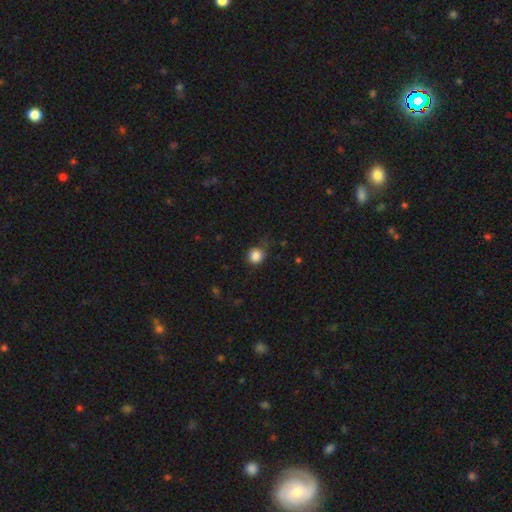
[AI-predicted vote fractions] smooth-or-featured: smooth: 85% | star or artifact: 10% | featured or disk: 4%
  how-rounded: round: 86% | in between: 13% | cigar-shaped: 1%
  merging: none: 66% | minor disturbance: 25% | major disturbance: 8% | merger: 2%